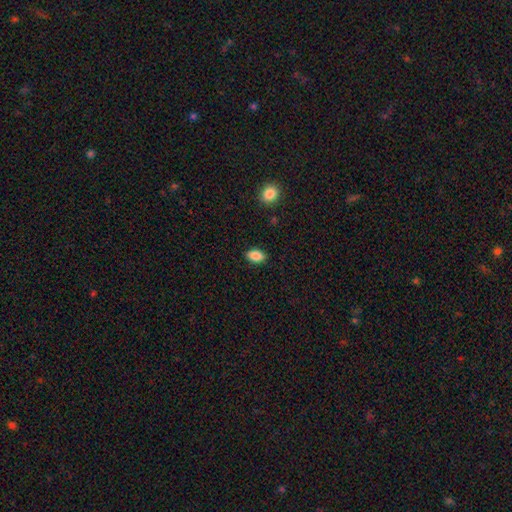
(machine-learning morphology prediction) Smooth or featured? Predicted: smooth (p=0.88). How rounded? Predicted: in between (p=0.89). Merging? Predicted: none (p=0.87).